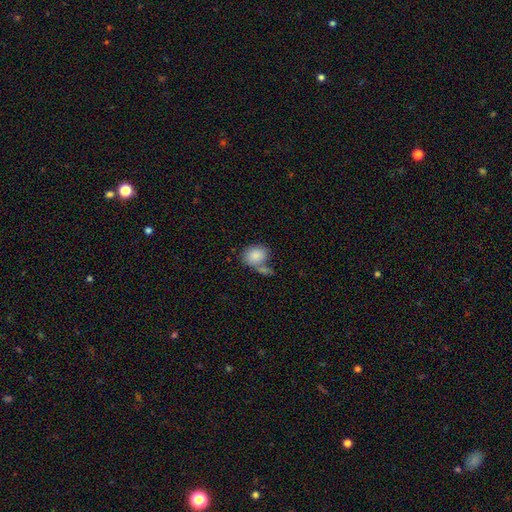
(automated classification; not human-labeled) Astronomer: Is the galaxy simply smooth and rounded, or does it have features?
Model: smooth — 85%.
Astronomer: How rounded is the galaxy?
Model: in between — 61% (runner-up: round, 37%).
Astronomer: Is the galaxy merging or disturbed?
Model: none — 46% (runner-up: merger, 30%).